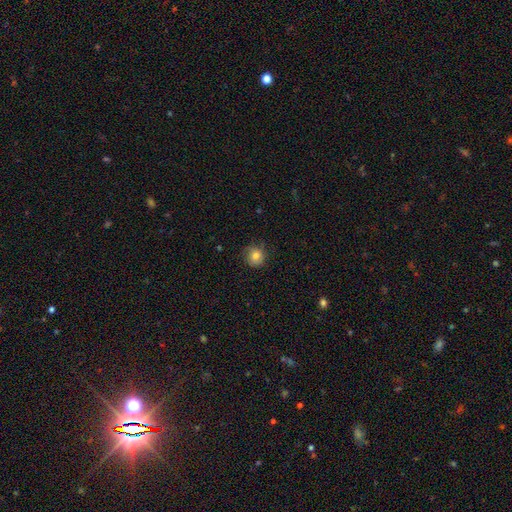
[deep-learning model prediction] Smooth or featured? Predicted: smooth (p=0.77). How rounded? Predicted: round (p=0.88). Merging? Predicted: none (p=0.77).